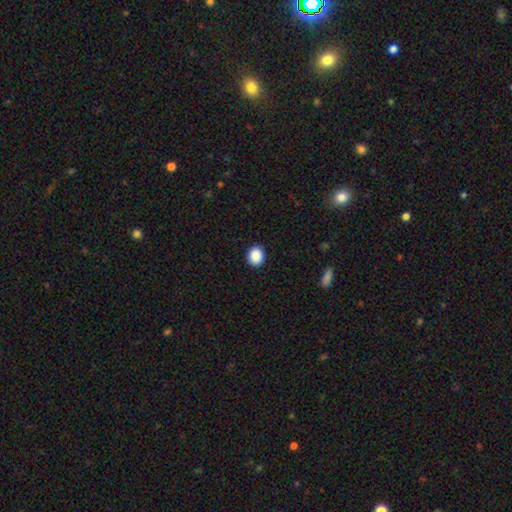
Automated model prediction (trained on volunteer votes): smooth_or_featured: smooth (p=0.89) [alt: star or artifact p=0.08]
how_rounded: round (p=0.54) [alt: in between p=0.45]
merging: none (p=0.91) [alt: minor disturbance p=0.06]